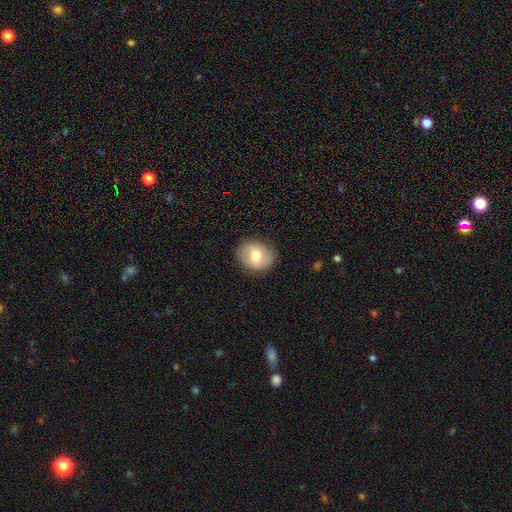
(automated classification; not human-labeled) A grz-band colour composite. It shows a smooth galaxy with no disk features (68%) that is round (63%). Merging: none (86%).